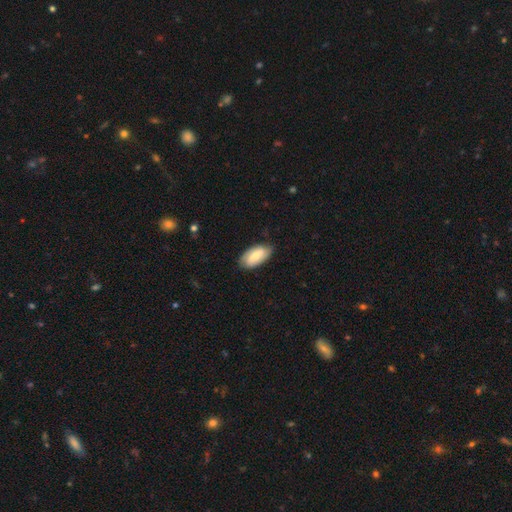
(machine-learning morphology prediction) smooth 58%, featured or disk 36%, star or artifact 6%. Down the decision tree: how rounded — in between (92%); merging — none (80%).